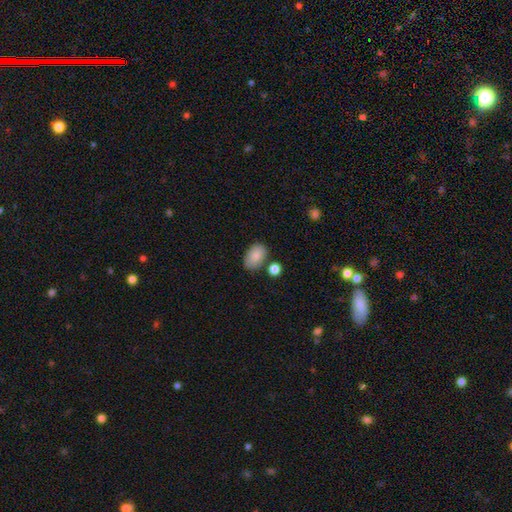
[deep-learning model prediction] A smooth galaxy with no disk features (86%) that is in between round and cigar-shaped (91%). Merging: none (72%).